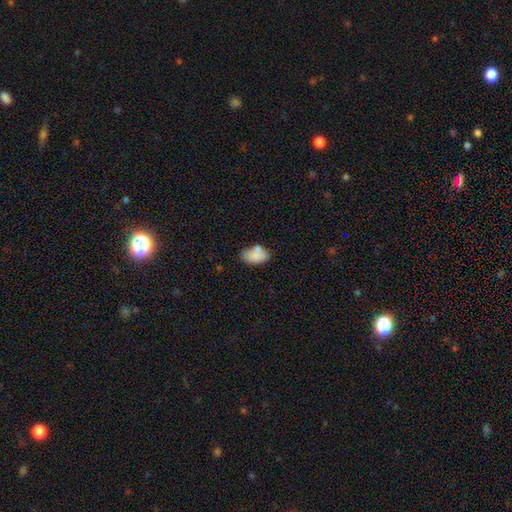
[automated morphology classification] smooth-or-featured: smooth: 82% | featured or disk: 10% | star or artifact: 8%
  how-rounded: in between: 92% | round: 6% | cigar-shaped: 2%
  merging: none: 60% | minor disturbance: 19% | merger: 16% | major disturbance: 5%